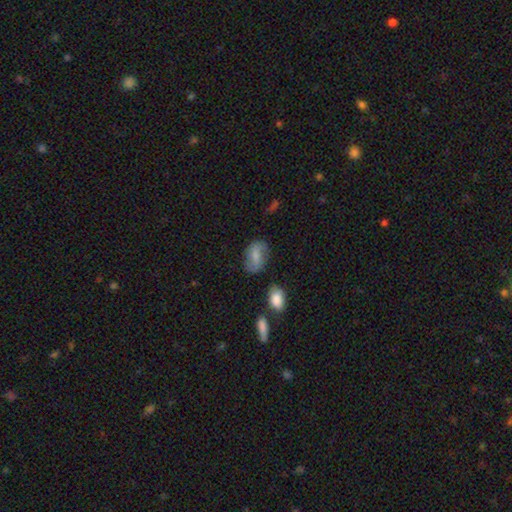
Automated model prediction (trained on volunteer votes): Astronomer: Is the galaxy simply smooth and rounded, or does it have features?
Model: smooth — 62%.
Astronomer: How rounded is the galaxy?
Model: in between — 84%.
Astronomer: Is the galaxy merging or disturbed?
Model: none — 69%.